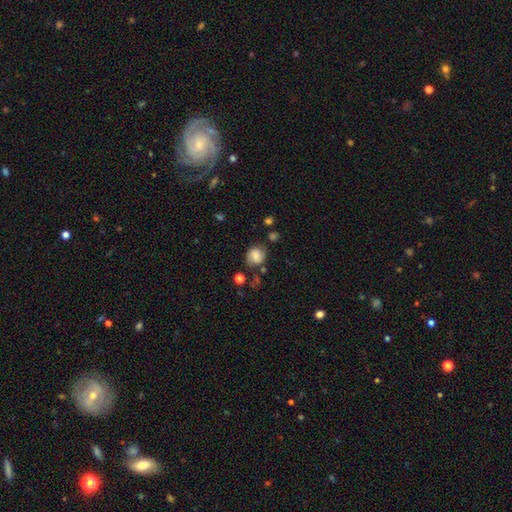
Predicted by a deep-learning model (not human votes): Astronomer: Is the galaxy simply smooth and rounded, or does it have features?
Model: smooth — 69%.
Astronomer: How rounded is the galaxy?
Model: round — 68%.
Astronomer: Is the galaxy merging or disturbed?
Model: none — 67%.